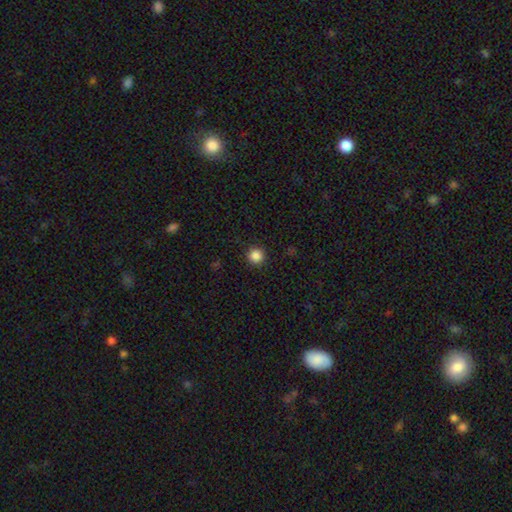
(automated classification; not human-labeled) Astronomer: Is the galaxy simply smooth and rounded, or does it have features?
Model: smooth — 86%.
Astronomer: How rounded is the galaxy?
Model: round — 96%.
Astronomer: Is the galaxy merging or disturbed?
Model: none — 92%.